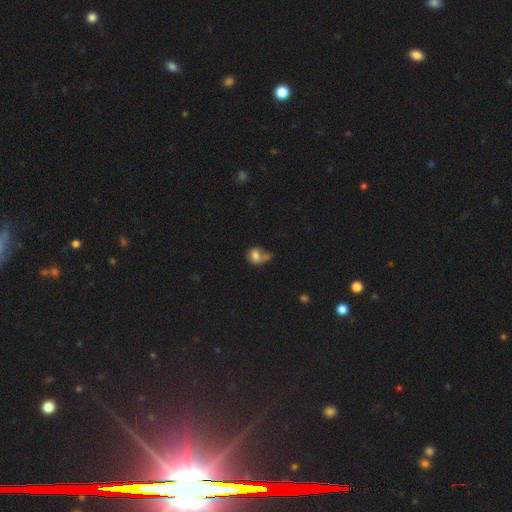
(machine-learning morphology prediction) smooth 72%, featured or disk 17%, star or artifact 12%. Down the decision tree: how rounded — round (51%); merging — merger (37%).